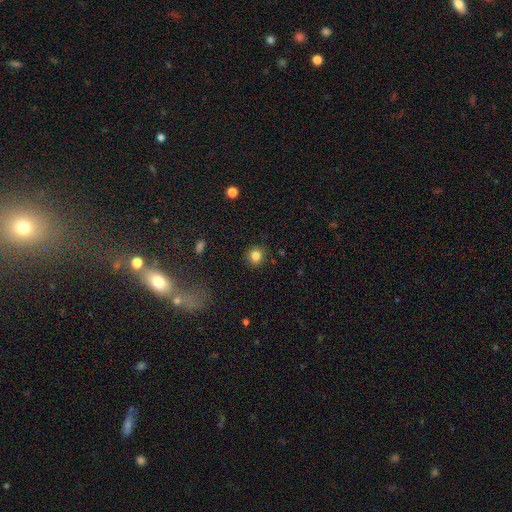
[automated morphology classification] A smooth galaxy with no disk features (83%) that is round (87%).

Vote fractions:
- Smooth or featured? smooth: 83% / star or artifact: 11% / featured or disk: 6%
- How rounded? round: 87% / in between: 12% / cigar-shaped: 1%
- Merging? none: 88% / minor disturbance: 8% / major disturbance: 2% / merger: 1%